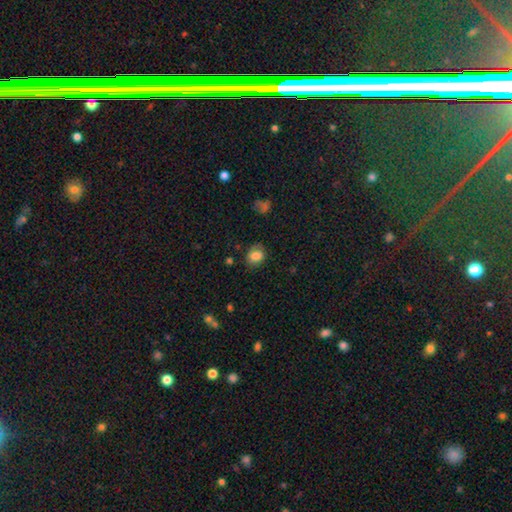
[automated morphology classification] smooth-or-featured: smooth: 81% | featured or disk: 9% | star or artifact: 9%
  how-rounded: round: 50% | in between: 49% | cigar-shaped: 1%
  merging: none: 70% | minor disturbance: 22% | major disturbance: 7% | merger: 2%